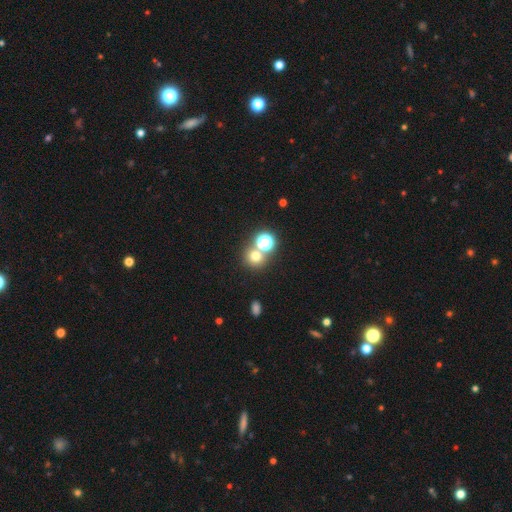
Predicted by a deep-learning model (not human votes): smooth 65%, star or artifact 25%, featured or disk 9%. Down the decision tree: how rounded — round (86%); merging — none (61%).